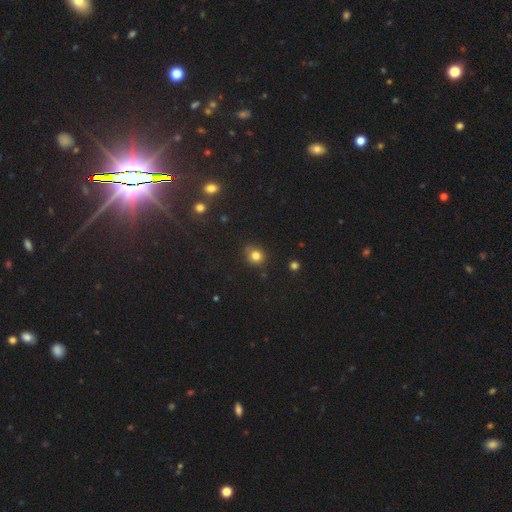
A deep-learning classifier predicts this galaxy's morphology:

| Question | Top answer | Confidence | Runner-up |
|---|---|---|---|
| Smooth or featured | smooth | 80% | star or artifact (14%) |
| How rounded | round | 82% | in between (17%) |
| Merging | none | 79% | minor disturbance (14%) |